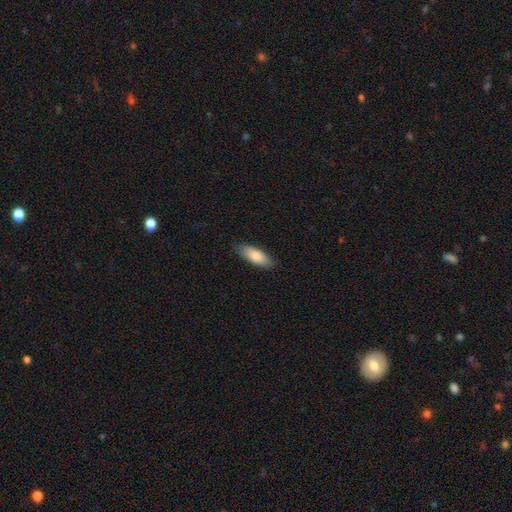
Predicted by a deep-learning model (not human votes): smooth-or-featured: smooth: 81% | featured or disk: 13% | star or artifact: 6%
  how-rounded: in between: 72% | cigar-shaped: 26% | round: 2%
  merging: none: 84% | minor disturbance: 13% | major disturbance: 2% | merger: 1%